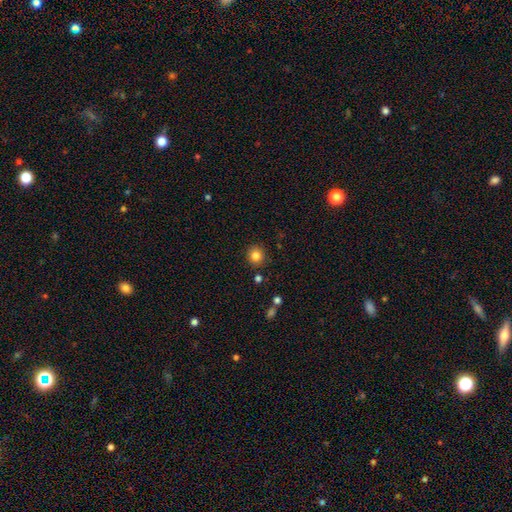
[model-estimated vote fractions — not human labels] Morphology: type=smooth (84%); roundness=round (89%); merging=none (88%).